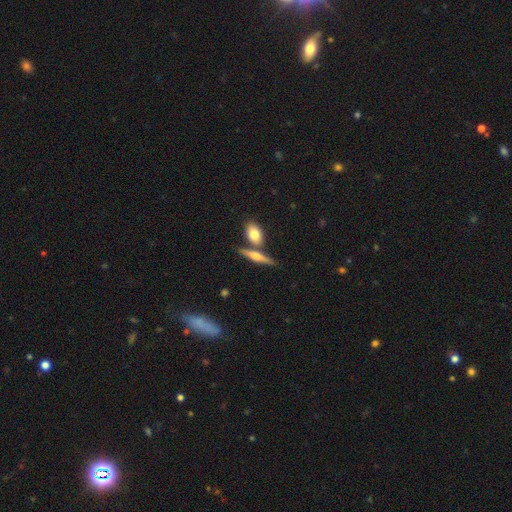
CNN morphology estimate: A featured or disk galaxy (49%).

Vote fractions:
- Smooth or featured? featured or disk: 49% / smooth: 44% / star or artifact: 7%
- Merging? none: 68% / merger: 19% / minor disturbance: 11% / major disturbance: 3%